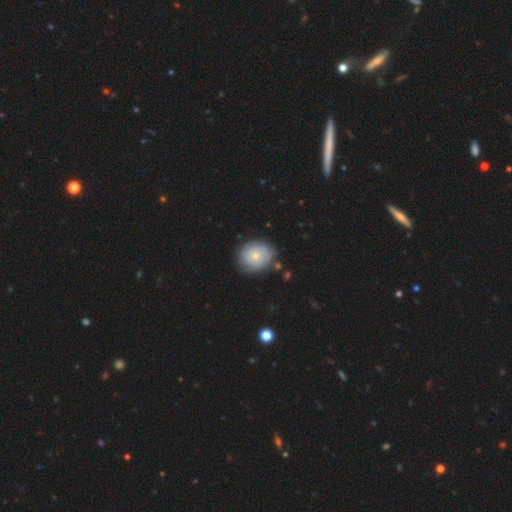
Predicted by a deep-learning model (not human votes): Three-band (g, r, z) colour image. It shows a smooth galaxy with no disk features (53%) that is round (68%). Merging: none (77%).